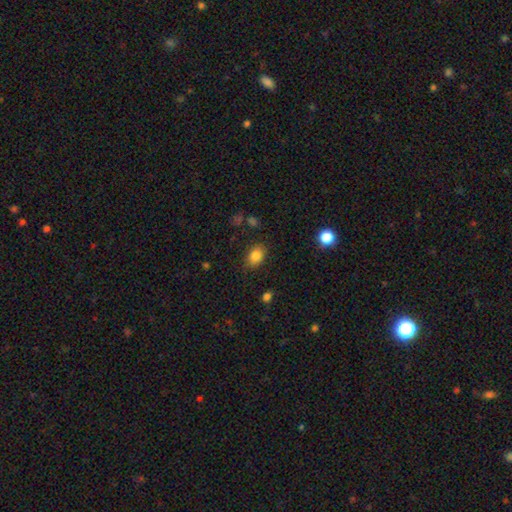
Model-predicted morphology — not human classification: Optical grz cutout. It shows a smooth galaxy with no disk features (84%) that is in between round and cigar-shaped (74%). Merging: none (83%).